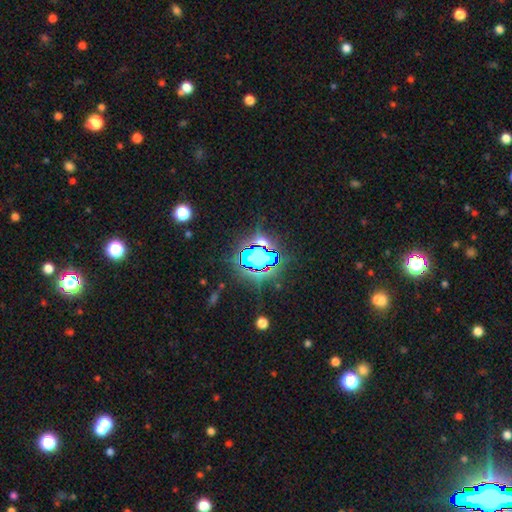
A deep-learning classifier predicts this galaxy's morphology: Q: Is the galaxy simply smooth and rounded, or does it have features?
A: star or artifact — 77%.